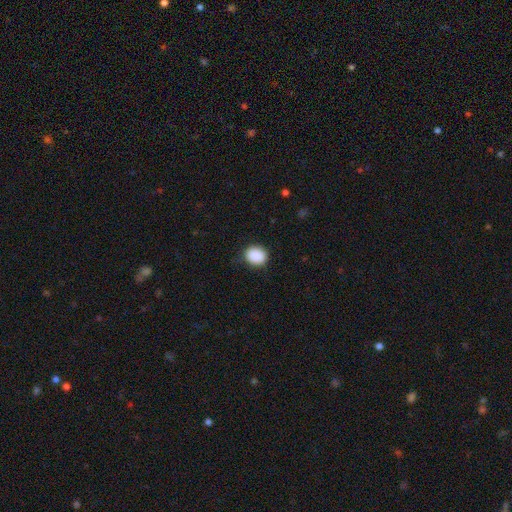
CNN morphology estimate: Smooth or featured?
  - smooth: 90% *
  - star or artifact: 8%
  - featured or disk: 3%
How rounded?
  - round: 68% *
  - in between: 31%
  - cigar-shaped: 1%
Merging?
  - none: 84% *
  - minor disturbance: 12%
  - major disturbance: 3%
  - merger: 1%